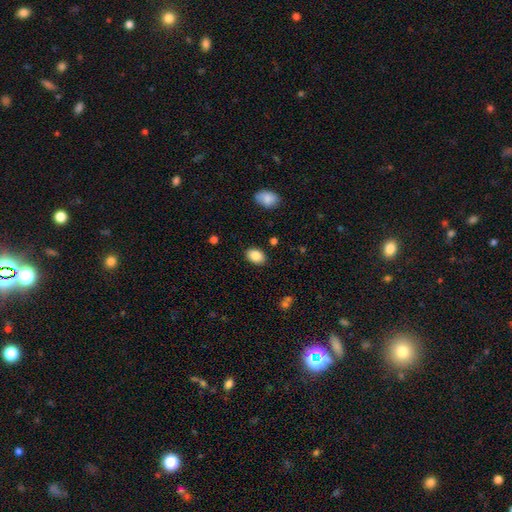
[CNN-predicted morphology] type=smooth (86%); roundness=in between (82%); merging=none (87%).